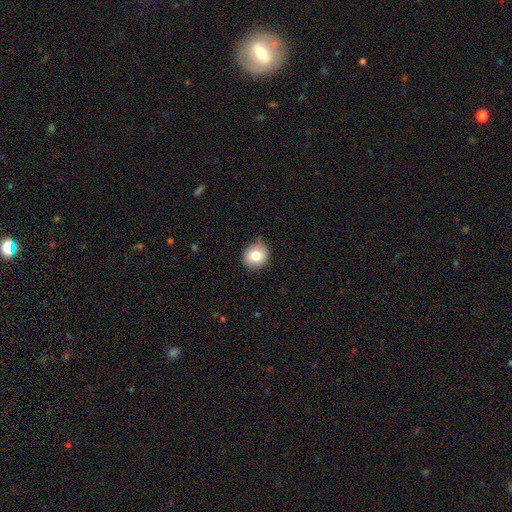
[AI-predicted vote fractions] A smooth galaxy with no disk features (81%) that is round (81%).

Vote fractions:
- Smooth or featured? smooth: 81% / featured or disk: 10% / star or artifact: 10%
- How rounded? round: 81% / in between: 18% / cigar-shaped: 1%
- Merging? none: 77% / minor disturbance: 19% / major disturbance: 3% / merger: 1%